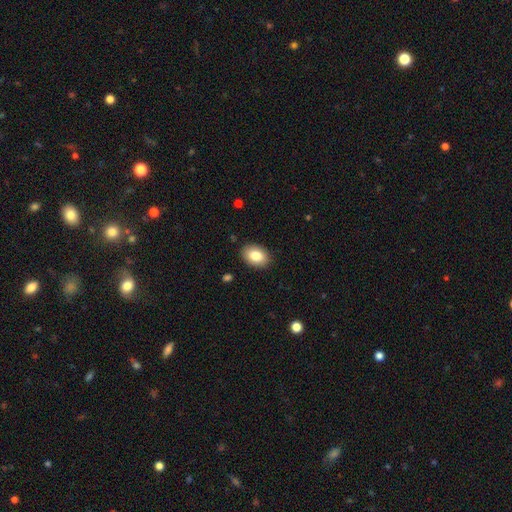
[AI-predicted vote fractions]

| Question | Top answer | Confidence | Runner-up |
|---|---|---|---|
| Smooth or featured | smooth | 84% | featured or disk (9%) |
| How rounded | in between | 83% | round (16%) |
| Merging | none | 89% | minor disturbance (8%) |